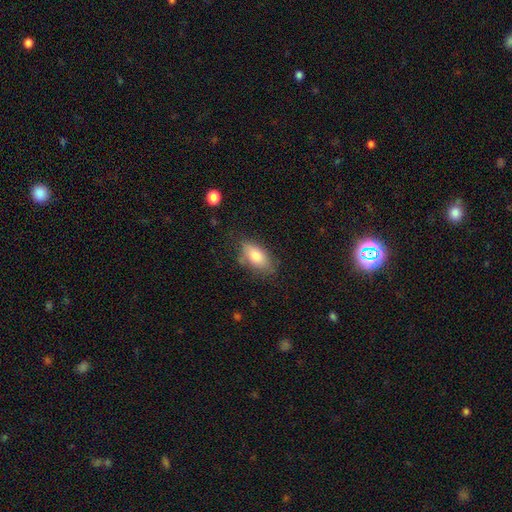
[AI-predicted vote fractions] Smooth or featured? Predicted: smooth (p=0.78). How rounded? Predicted: in between (p=0.88). Merging? Predicted: none (p=0.70).